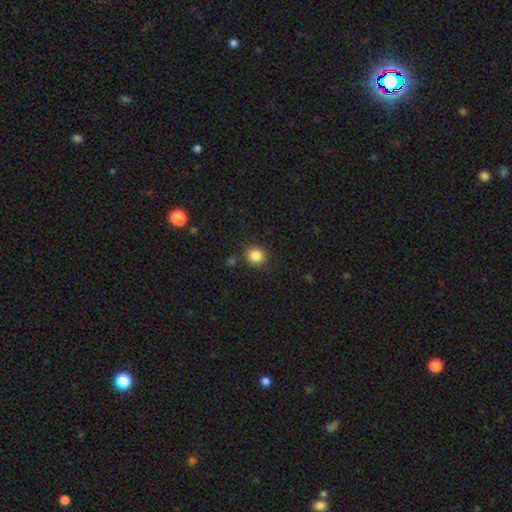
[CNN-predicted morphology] smooth-or-featured: smooth: 85% | star or artifact: 10% | featured or disk: 5%
  how-rounded: round: 86% | in between: 13% | cigar-shaped: 1%
  merging: none: 85% | minor disturbance: 9% | merger: 3% | major disturbance: 3%